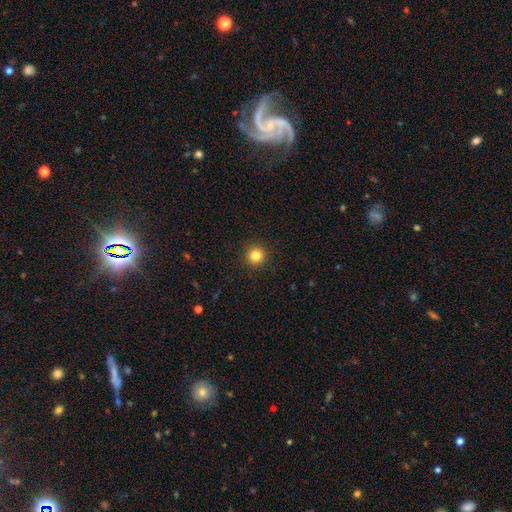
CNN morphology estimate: smooth 83%, star or artifact 12%, featured or disk 5%. Down the decision tree: how rounded — round (96%); merging — none (93%).